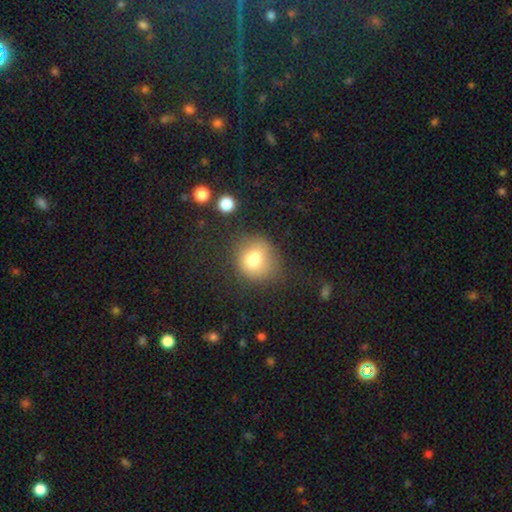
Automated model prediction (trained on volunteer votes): Smooth or featured? smooth (71%)
How rounded? round (75%)
Merging? none (52%)